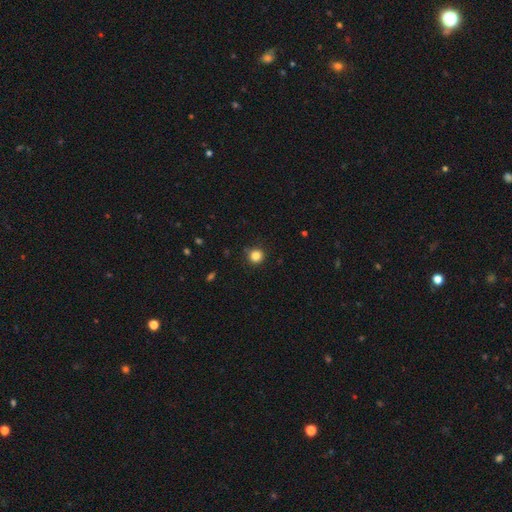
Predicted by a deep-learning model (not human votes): A smooth galaxy with no disk features (84%) that is round (94%). Merging: none (88%).